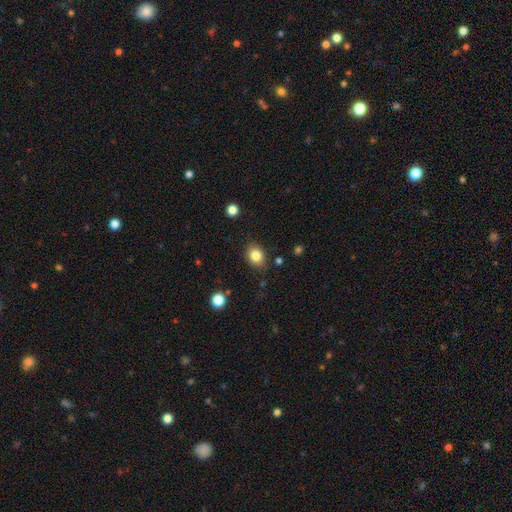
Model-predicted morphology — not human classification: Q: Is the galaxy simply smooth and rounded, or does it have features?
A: smooth — 83%.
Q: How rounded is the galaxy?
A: in between — 57%.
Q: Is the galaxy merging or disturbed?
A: none — 84%.